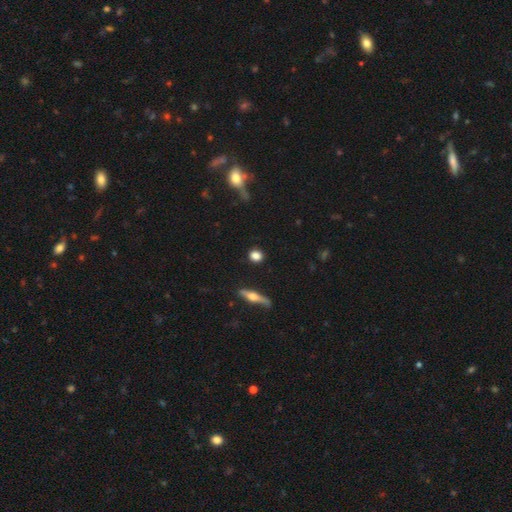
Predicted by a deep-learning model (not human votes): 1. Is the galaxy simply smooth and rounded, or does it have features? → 80% smooth, 11% featured or disk, 9% star or artifact.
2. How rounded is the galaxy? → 79% round, 16% in between, 5% cigar-shaped.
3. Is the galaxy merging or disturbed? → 88% none, 8% minor disturbance, 2% major disturbance, 2% merger.